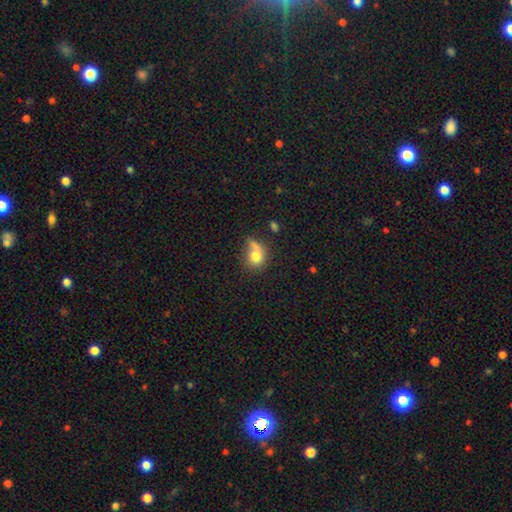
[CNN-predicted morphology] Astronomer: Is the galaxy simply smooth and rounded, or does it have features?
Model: smooth — 77%.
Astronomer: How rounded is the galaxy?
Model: round — 68%.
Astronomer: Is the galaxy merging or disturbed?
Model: none — 40% (runner-up: merger, 22%).